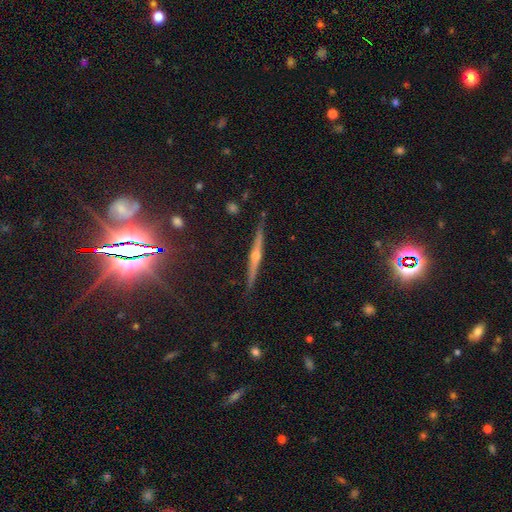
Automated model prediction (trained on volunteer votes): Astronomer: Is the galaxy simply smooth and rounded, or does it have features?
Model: featured or disk — 78%.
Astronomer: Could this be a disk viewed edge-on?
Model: yes — 98%.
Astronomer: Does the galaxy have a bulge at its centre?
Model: rounded — 92%.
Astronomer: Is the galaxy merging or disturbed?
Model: none — 90%.